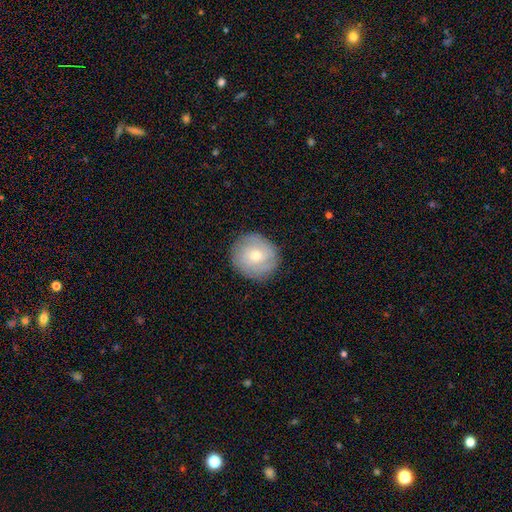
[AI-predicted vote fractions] Smooth or featured: smooth — 48% (featured or disk — 44%)
Merging: none — 87% (minor disturbance — 10%)